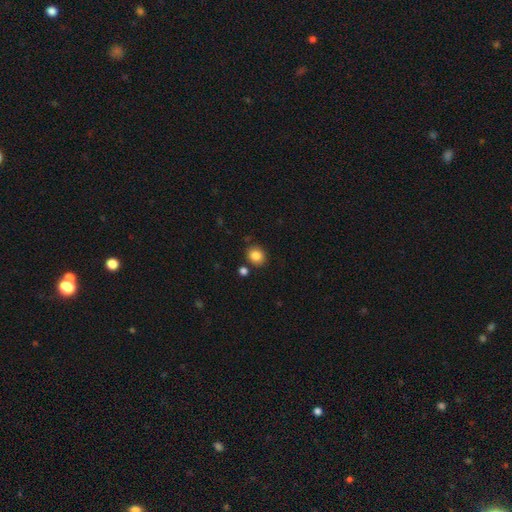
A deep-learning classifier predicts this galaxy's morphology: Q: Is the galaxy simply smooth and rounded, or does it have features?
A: smooth — 85%.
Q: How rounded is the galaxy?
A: round — 73%.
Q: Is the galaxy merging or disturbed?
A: none — 83%.